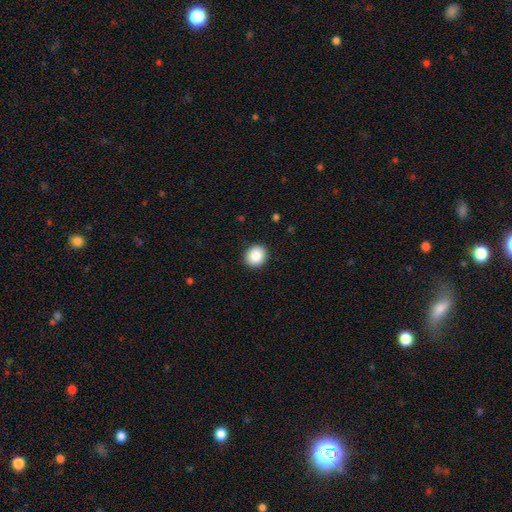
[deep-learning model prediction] smooth_or_featured: smooth (p=0.87) [alt: star or artifact p=0.08]
how_rounded: round (p=0.86) [alt: in between p=0.13]
merging: none (p=0.91) [alt: minor disturbance p=0.06]